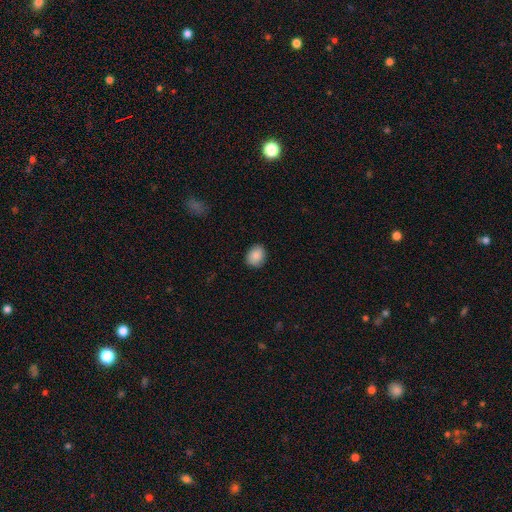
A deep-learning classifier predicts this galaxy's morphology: smooth-or-featured: smooth: 89% | star or artifact: 8% | featured or disk: 4%
  how-rounded: round: 50% | in between: 49% | cigar-shaped: 1%
  merging: none: 86% | minor disturbance: 10% | major disturbance: 2% | merger: 1%